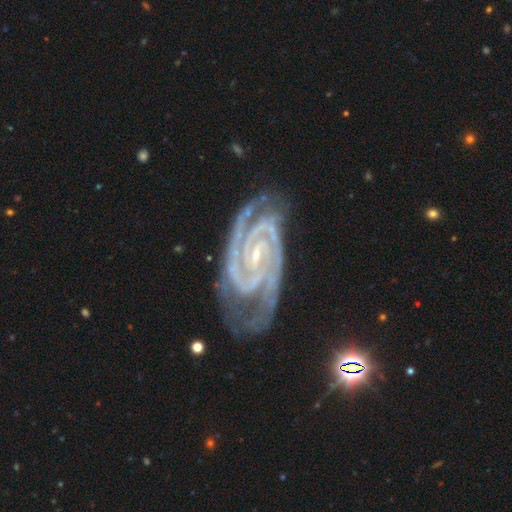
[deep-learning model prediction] This is clearly a featured or disk galaxy (93%). It is clearly not viewed edge-on (97%). Bar: marginally weak (36%). Spiral arm pattern: clearly yes (99%). Spiral arm count: likely 2 (65%). Spiral winding: likely tight (69%). Central bulge: clearly small (83%). Merging: likely none (72%).